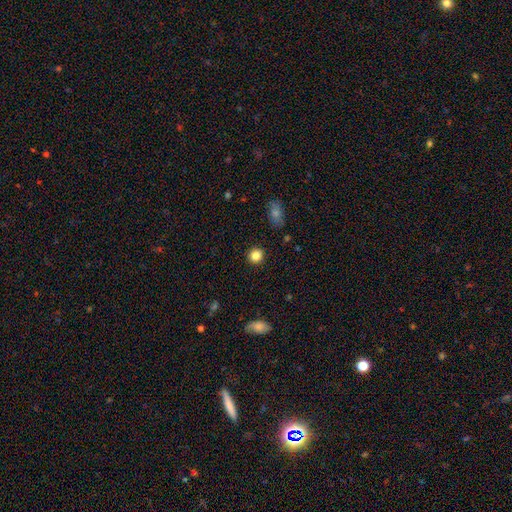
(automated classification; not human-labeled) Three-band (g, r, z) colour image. It shows a smooth galaxy with no disk features (85%) that is round (89%). Merging: none (91%).